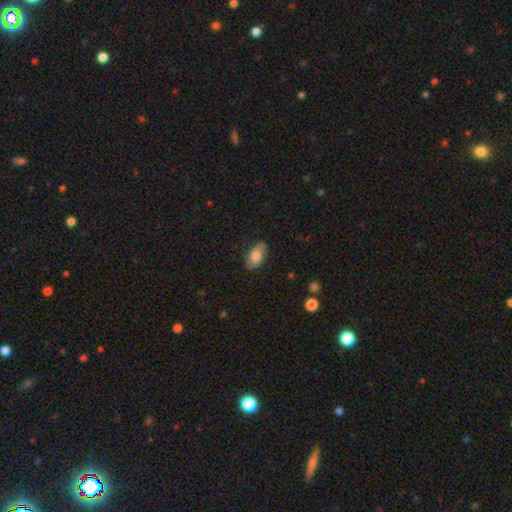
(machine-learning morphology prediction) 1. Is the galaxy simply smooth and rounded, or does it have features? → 54% smooth, 38% featured or disk, 8% star or artifact.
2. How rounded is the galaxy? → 91% in between, 7% round, 2% cigar-shaped.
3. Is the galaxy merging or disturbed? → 74% none, 19% minor disturbance, 6% major disturbance, 1% merger.